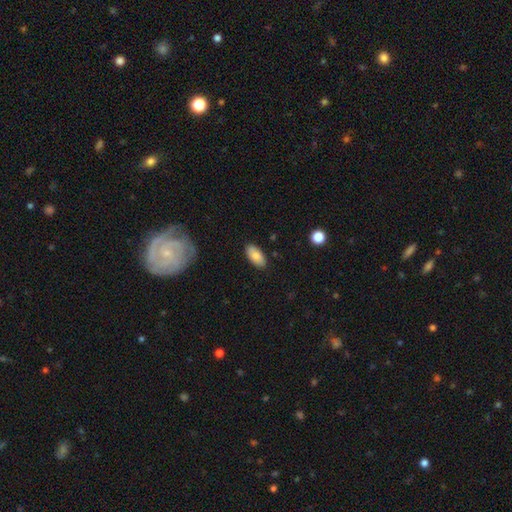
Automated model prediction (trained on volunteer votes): The model was most divided on "smooth or featured": smooth: 80%, featured or disk: 14%, star or artifact: 7%. More confident: how rounded — in between (93%); merging — none (87%).